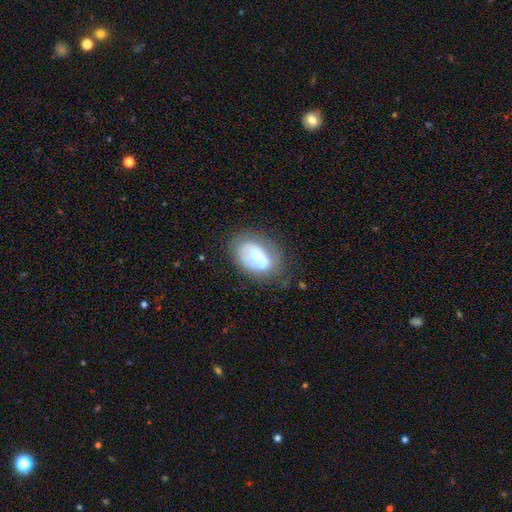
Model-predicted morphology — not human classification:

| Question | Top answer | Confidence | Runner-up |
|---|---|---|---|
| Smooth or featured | smooth | 49% | featured or disk (42%) |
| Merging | none | 44% | minor disturbance (28%) |